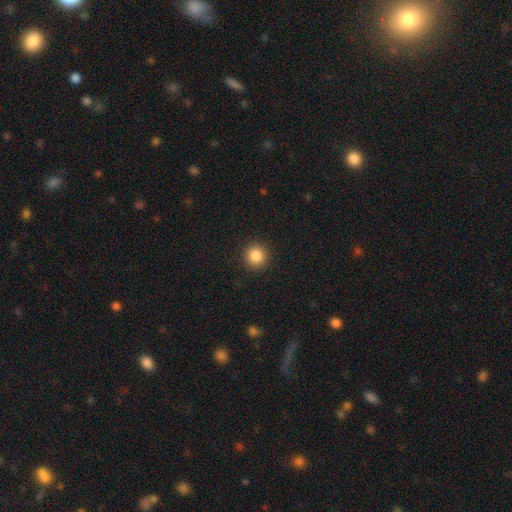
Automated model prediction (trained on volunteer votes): Smooth or featured? smooth (86%)
How rounded? round (94%)
Merging? none (91%)